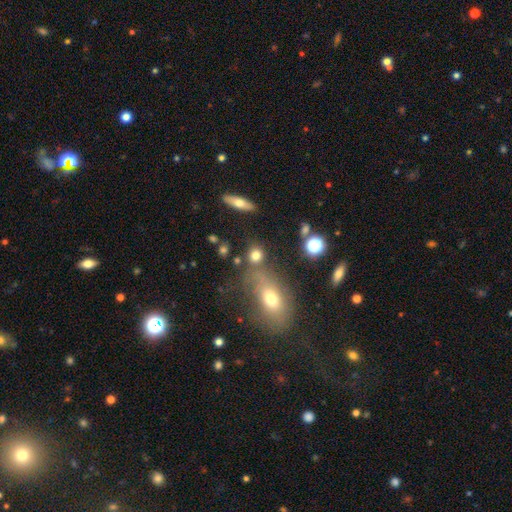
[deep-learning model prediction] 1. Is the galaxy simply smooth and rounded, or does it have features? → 76% smooth, 14% star or artifact, 10% featured or disk.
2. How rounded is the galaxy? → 68% round, 29% in between, 3% cigar-shaped.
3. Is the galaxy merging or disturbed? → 66% none, 16% merger, 12% minor disturbance, 6% major disturbance.